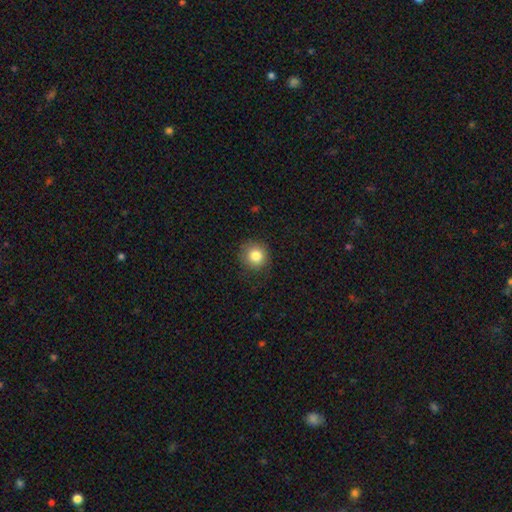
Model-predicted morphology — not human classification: type=smooth (83%); roundness=round (91%); merging=none (86%).